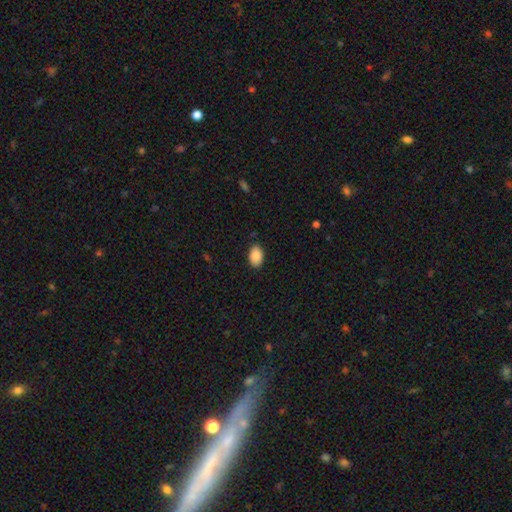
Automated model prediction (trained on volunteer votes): Q: Smooth or featured?
A: smooth (89%); runner-up: star or artifact (7%)
Q: How rounded?
A: in between (89%); runner-up: round (10%)
Q: Merging?
A: none (84%); runner-up: minor disturbance (13%)